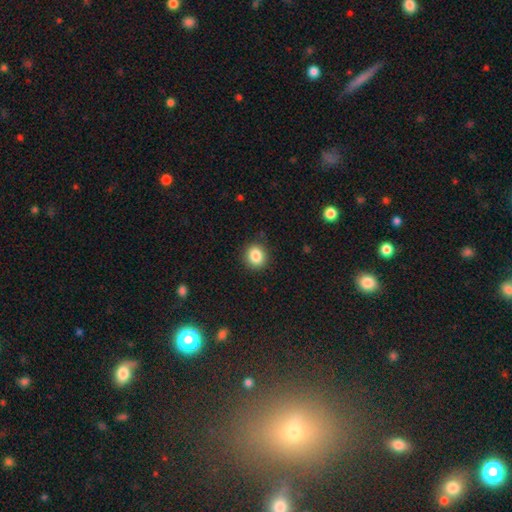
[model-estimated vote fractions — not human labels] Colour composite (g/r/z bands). It shows a smooth galaxy with no disk features (85%) that is round (81%). Merging: none (89%).